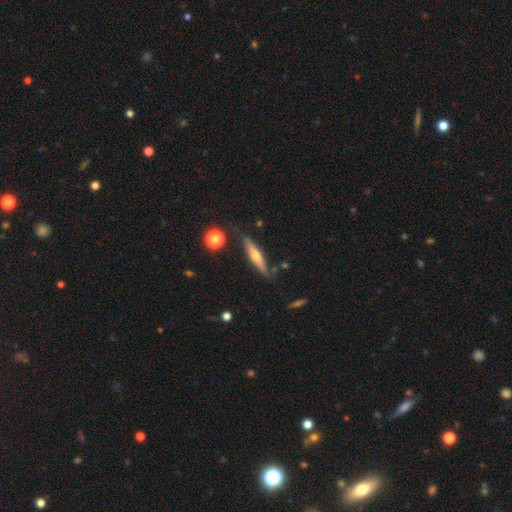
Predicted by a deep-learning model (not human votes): featured or disk 51%, smooth 43%, star or artifact 7%. Down the decision tree: edge-on disk — yes (92%); merging — none (80%).